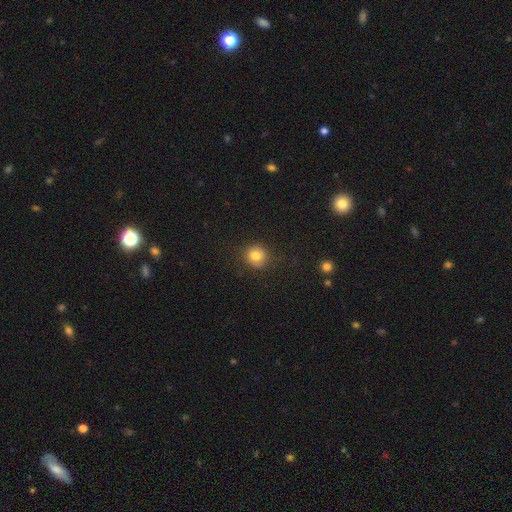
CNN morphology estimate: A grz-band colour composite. It shows a smooth galaxy with no disk features (80%) that is round (89%). Merging: none (83%).